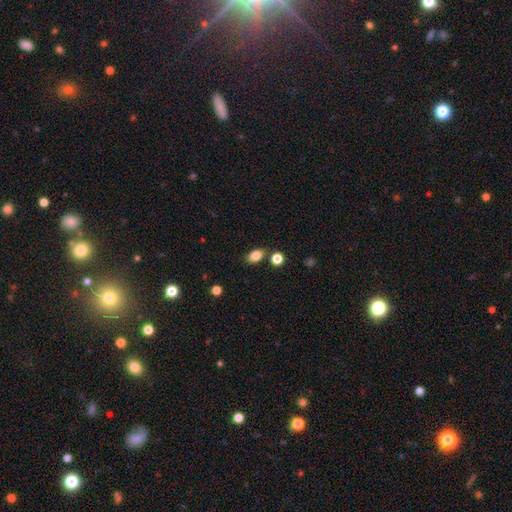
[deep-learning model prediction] Smooth or featured?
  - smooth: 84% *
  - star or artifact: 10%
  - featured or disk: 6%
How rounded?
  - in between: 82% *
  - round: 16%
  - cigar-shaped: 2%
Merging?
  - none: 79% *
  - minor disturbance: 11%
  - merger: 7%
  - major disturbance: 3%